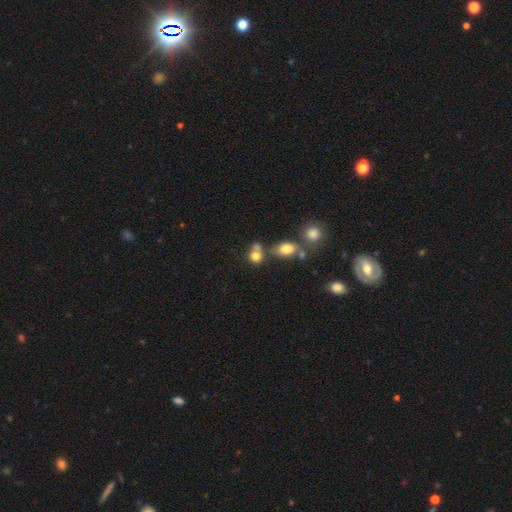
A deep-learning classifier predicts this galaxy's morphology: A smooth galaxy with no disk features (79%) that is round (69%).

Vote fractions:
- Smooth or featured? smooth: 79% / star or artifact: 12% / featured or disk: 9%
- How rounded? round: 69% / in between: 30% / cigar-shaped: 1%
- Merging? none: 48% / merger: 34% / minor disturbance: 12% / major disturbance: 6%